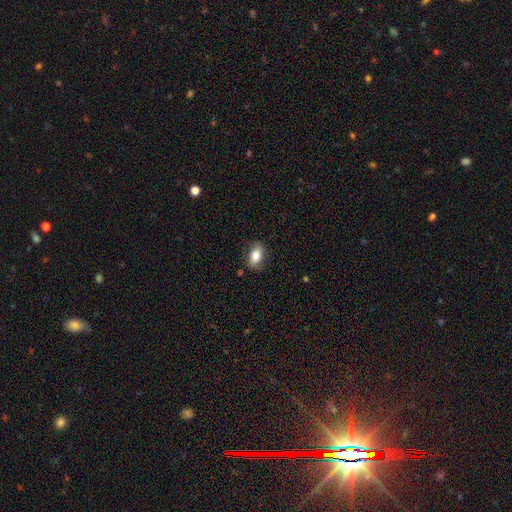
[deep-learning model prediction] smooth_or_featured: smooth (p=0.79) [alt: featured or disk p=0.13]
how_rounded: in between (p=0.87) [alt: round p=0.11]
merging: none (p=0.82) [alt: minor disturbance p=0.14]